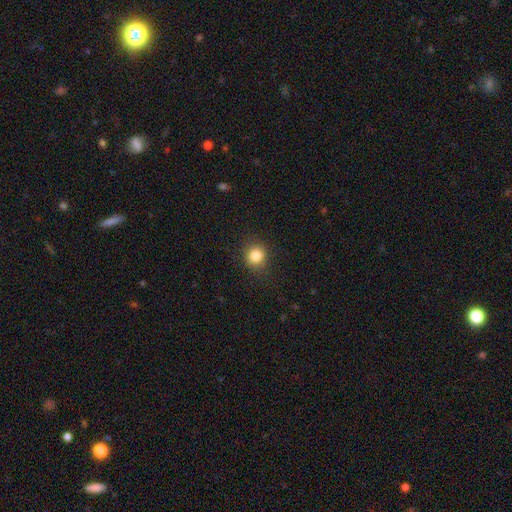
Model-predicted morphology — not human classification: smooth_or_featured: smooth (p=0.83) [alt: star or artifact p=0.11]
how_rounded: round (p=0.88) [alt: in between p=0.11]
merging: none (p=0.88) [alt: minor disturbance p=0.08]